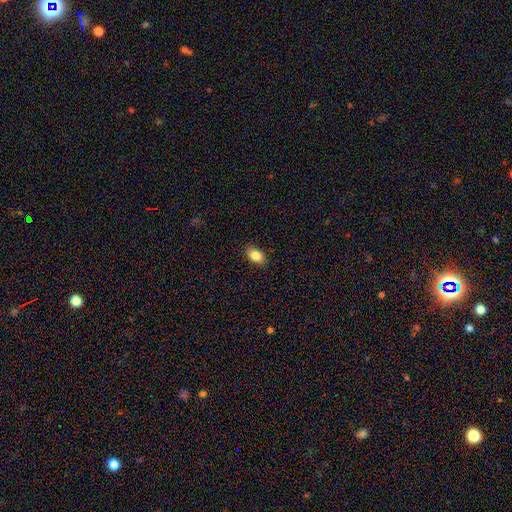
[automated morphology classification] Smooth or featured?
  - smooth: 86% *
  - star or artifact: 8%
  - featured or disk: 6%
How rounded?
  - in between: 88% *
  - round: 10%
  - cigar-shaped: 2%
Merging?
  - none: 88% *
  - minor disturbance: 9%
  - major disturbance: 2%
  - merger: 1%